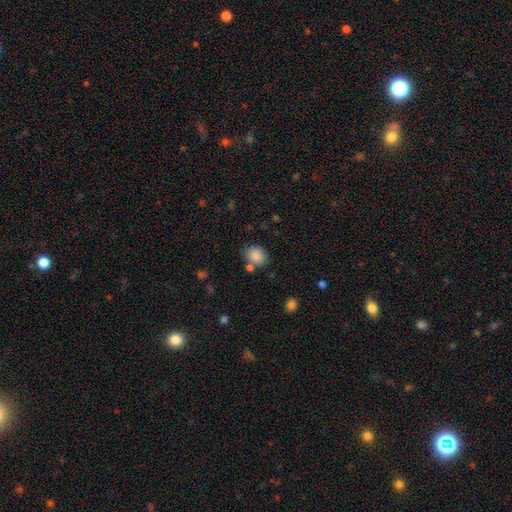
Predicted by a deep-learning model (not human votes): Smooth or featured? smooth (86%)
How rounded? round (53%)
Merging? none (75%)